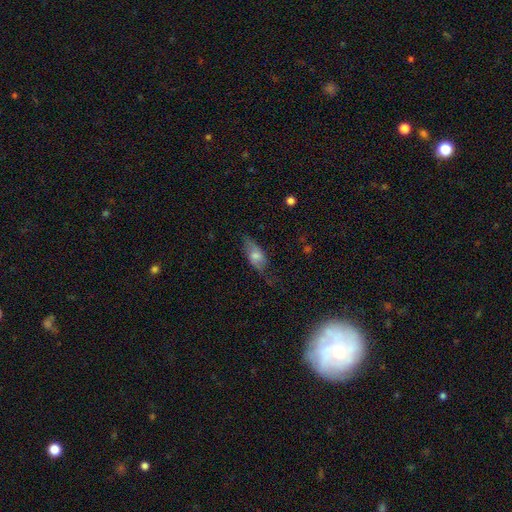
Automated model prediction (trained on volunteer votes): smooth 59%, featured or disk 33%, star or artifact 8%. Down the decision tree: how rounded — in between (79%); merging — none (57%).